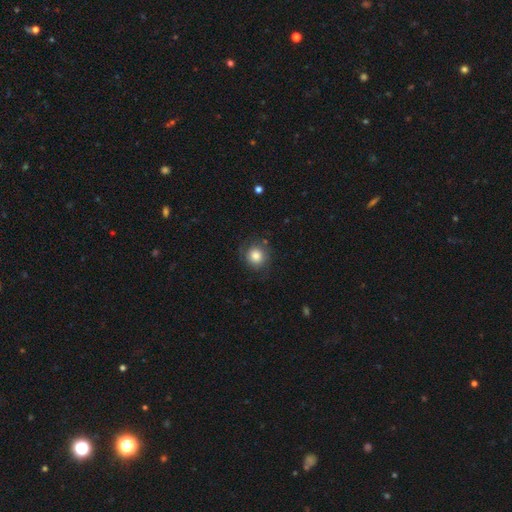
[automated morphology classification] This is clearly a smooth galaxy (81%). How rounded: clearly round (89%). Merging: likely none (77%).